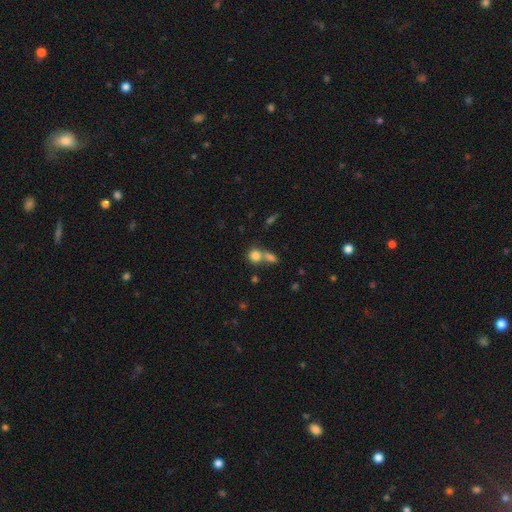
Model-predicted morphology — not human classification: Overall: smooth (81%). How rounded: round (74%). Merging: merger (46%; none 42%).